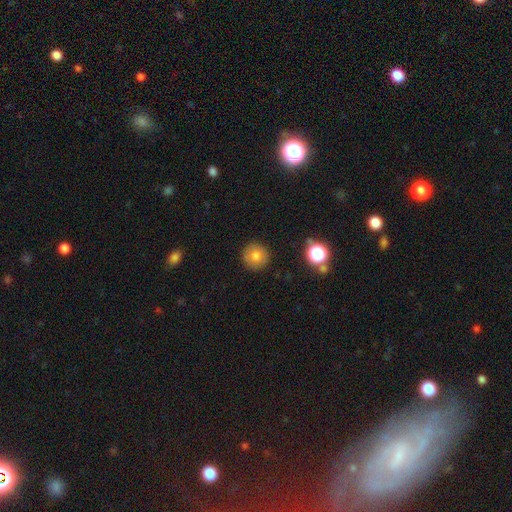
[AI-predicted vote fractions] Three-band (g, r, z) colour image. It shows a smooth galaxy with no disk features (77%) that is round (95%). Merging: none (89%).